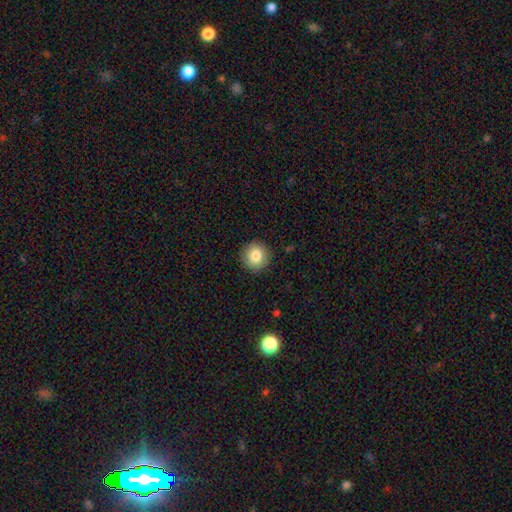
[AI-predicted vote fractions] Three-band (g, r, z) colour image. It shows a smooth galaxy with no disk features (84%) that is round (92%). Merging: none (91%).